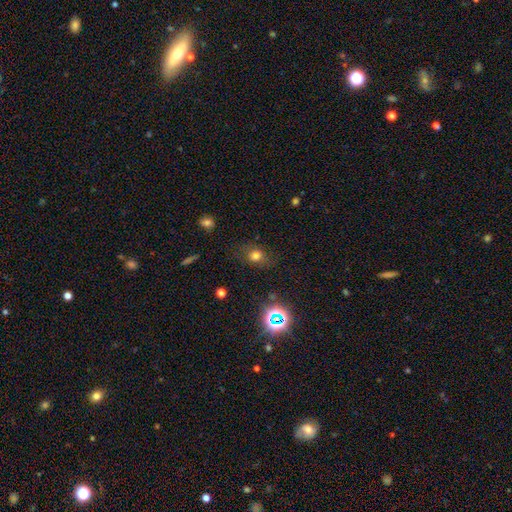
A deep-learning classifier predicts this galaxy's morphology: A smooth galaxy with no disk features (69%) that is round (55%).

Vote fractions:
- Smooth or featured? smooth: 69% / star or artifact: 21% / featured or disk: 10%
- How rounded? round: 55% / in between: 43% / cigar-shaped: 2%
- Merging? none: 75% / minor disturbance: 16% / major disturbance: 7% / merger: 2%